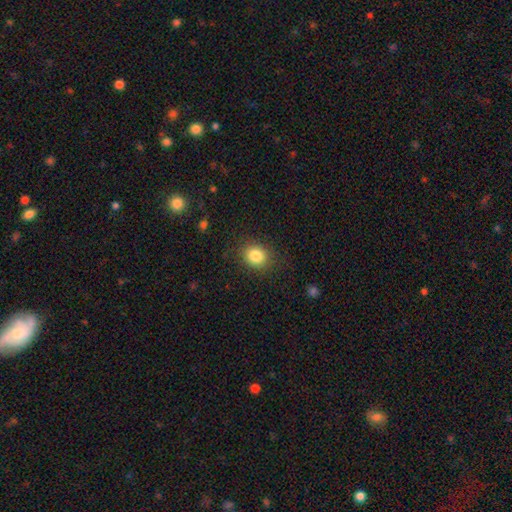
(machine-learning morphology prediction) smooth-or-featured: smooth: 84% | star or artifact: 10% | featured or disk: 6%
  how-rounded: round: 67% | in between: 33% | cigar-shaped: 1%
  merging: none: 86% | minor disturbance: 9% | major disturbance: 3% | merger: 1%